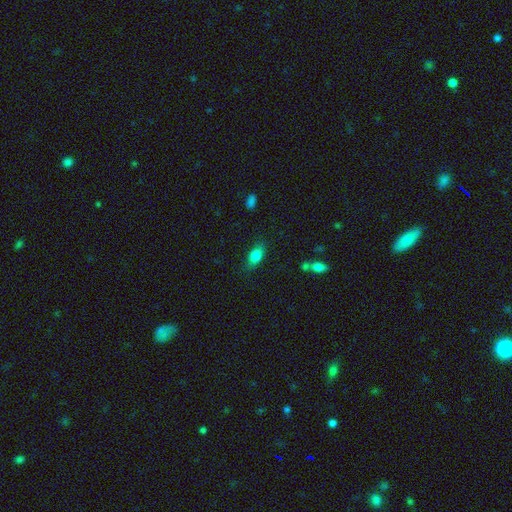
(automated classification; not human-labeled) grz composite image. It shows a smooth galaxy with no disk features (82%) that is in between round and cigar-shaped (83%). Merging: none (77%).